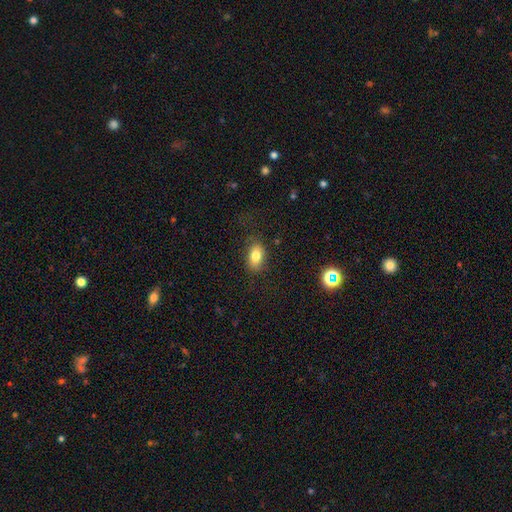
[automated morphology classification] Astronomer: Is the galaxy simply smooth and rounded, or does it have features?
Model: smooth — 80%.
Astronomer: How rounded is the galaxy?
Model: in between — 85%.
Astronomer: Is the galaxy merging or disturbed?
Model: none — 78%.